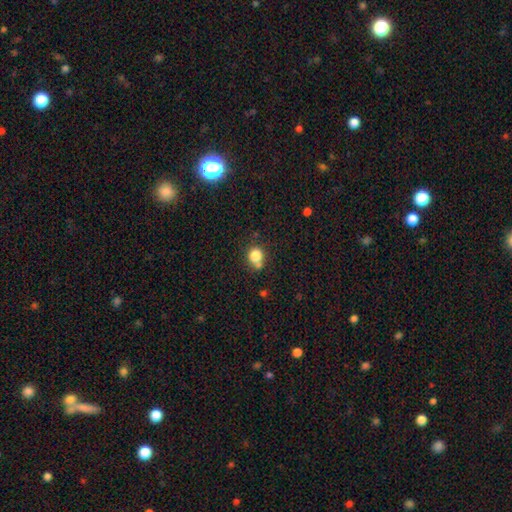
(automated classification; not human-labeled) This is clearly a smooth galaxy (81%). How rounded: clearly round (81%). Merging: possibly none (57%).